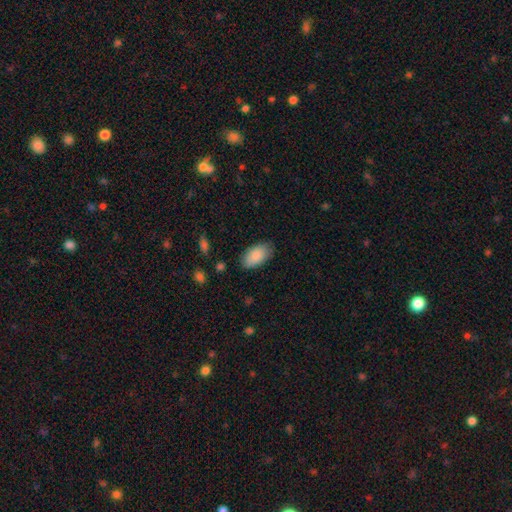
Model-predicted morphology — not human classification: Smooth or featured?
  - smooth: 87% *
  - featured or disk: 6%
  - star or artifact: 6%
How rounded?
  - in between: 95% *
  - round: 3%
  - cigar-shaped: 2%
Merging?
  - none: 82% *
  - minor disturbance: 14%
  - major disturbance: 3%
  - merger: 1%